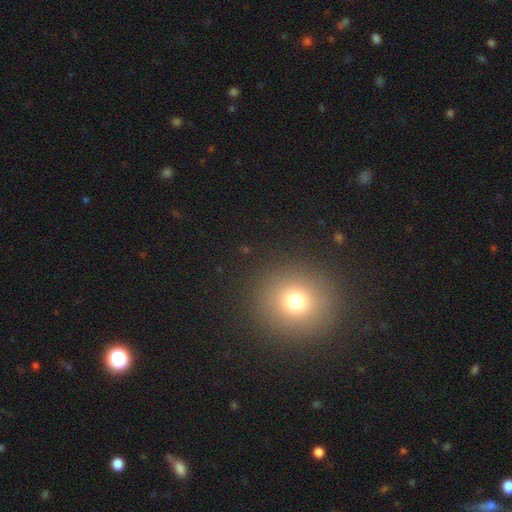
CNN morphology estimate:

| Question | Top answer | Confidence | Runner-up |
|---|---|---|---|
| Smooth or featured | smooth | 67% | star or artifact (25%) |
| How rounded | round | 90% | in between (8%) |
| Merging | none | 92% | minor disturbance (4%) |